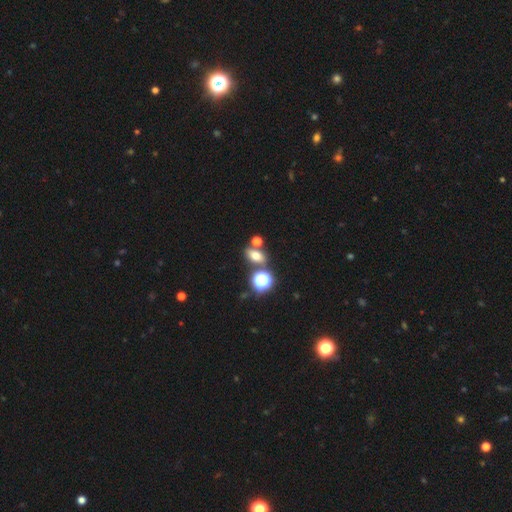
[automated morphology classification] The model was most divided on "smooth or featured": smooth: 64%, star or artifact: 21%, featured or disk: 15%. More confident: how rounded — in between (70%); merging — none (68%).